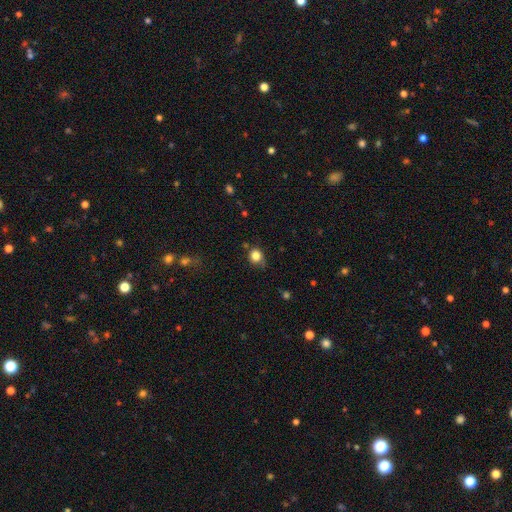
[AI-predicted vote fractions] Smooth or featured?
  - smooth: 83% *
  - star or artifact: 11%
  - featured or disk: 6%
How rounded?
  - round: 78% *
  - in between: 21%
  - cigar-shaped: 1%
Merging?
  - none: 67% *
  - minor disturbance: 23%
  - major disturbance: 6%
  - merger: 3%